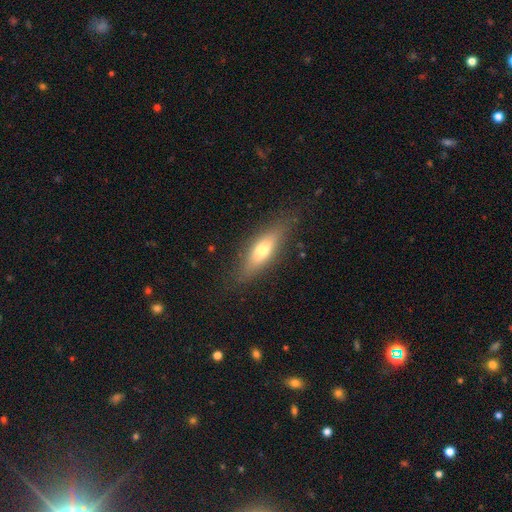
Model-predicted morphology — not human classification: Overall: smooth (50%; featured or disk 42%). How rounded: cigar-shaped (57%; in between 40%). Merging: none (82%).